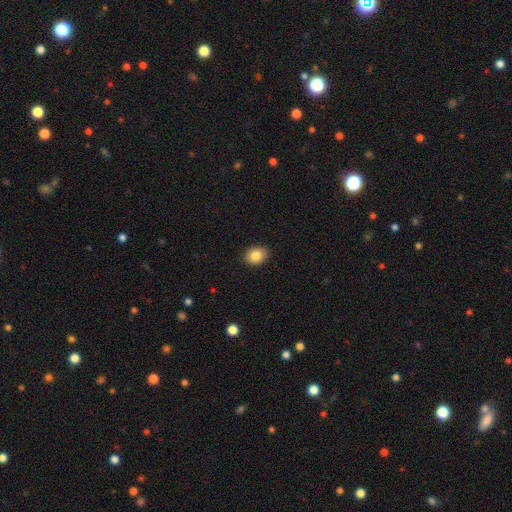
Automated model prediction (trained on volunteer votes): This appears to be a smooth galaxy with no disk features (85%) that is in between round and cigar-shaped (62%). Merging: none (90%).